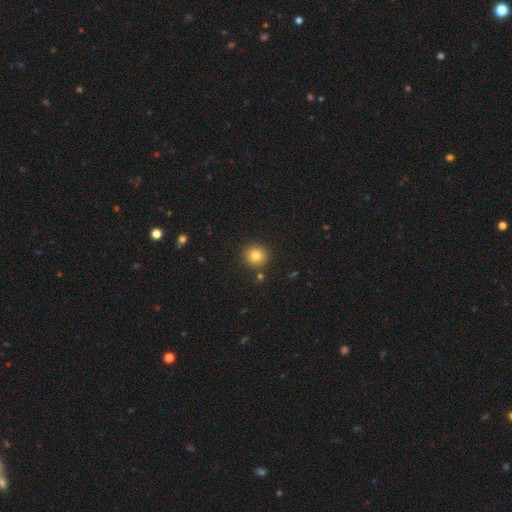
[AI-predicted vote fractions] A smooth galaxy with no disk features (81%) that is round (92%). Merging: none (88%).